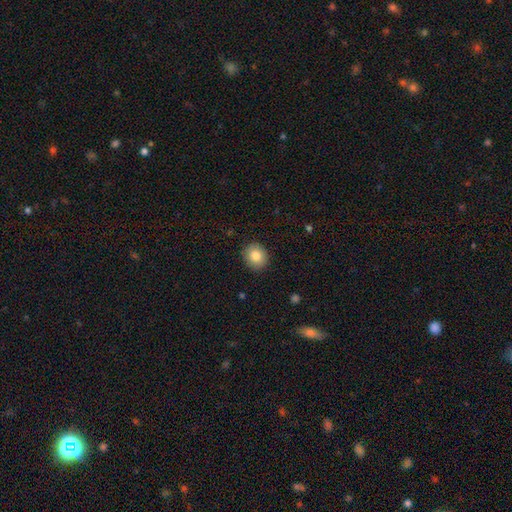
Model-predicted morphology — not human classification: type=smooth (84%); roundness=round (75%); merging=none (89%).